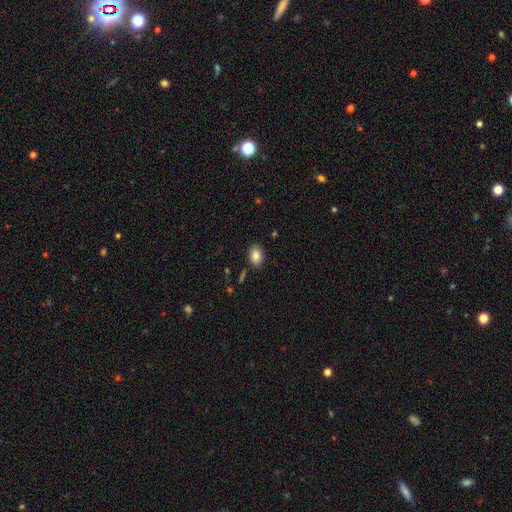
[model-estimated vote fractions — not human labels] smooth 84%, star or artifact 8%, featured or disk 8%. Down the decision tree: how rounded — in between (85%); merging — none (85%).